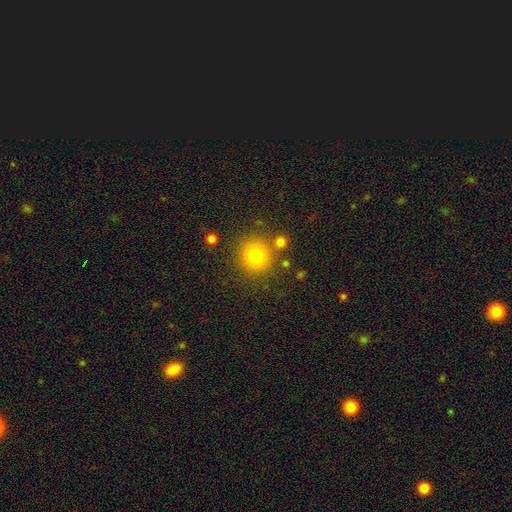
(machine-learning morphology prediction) Smooth or featured?
  - smooth: 79% *
  - star or artifact: 14%
  - featured or disk: 8%
How rounded?
  - round: 92% *
  - in between: 7%
  - cigar-shaped: 1%
Merging?
  - none: 82% *
  - minor disturbance: 8%
  - merger: 6%
  - major disturbance: 3%